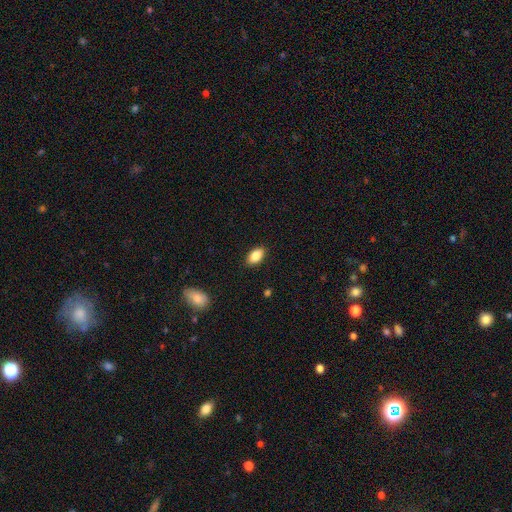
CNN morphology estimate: smooth_or_featured: smooth (p=0.84) [alt: featured or disk p=0.09]
how_rounded: in between (p=0.91) [alt: round p=0.05]
merging: none (p=0.88) [alt: minor disturbance p=0.09]